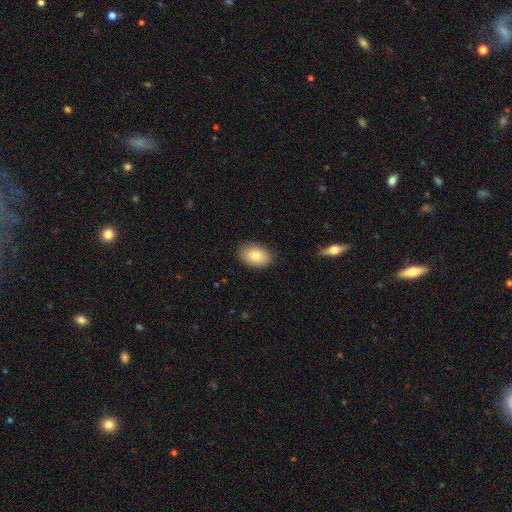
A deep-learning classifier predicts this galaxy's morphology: A smooth galaxy with no disk features (83%) that is in between round and cigar-shaped (89%). Merging: none (86%).